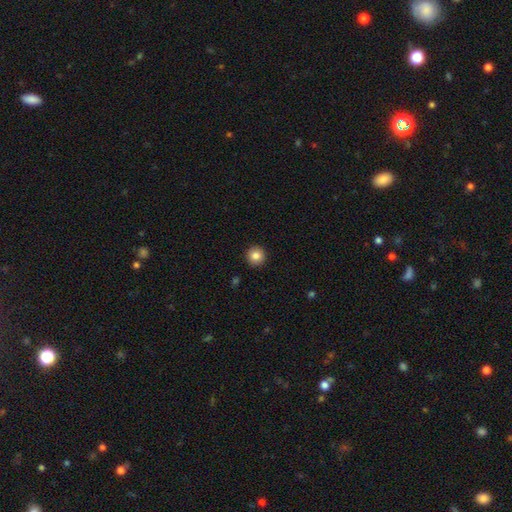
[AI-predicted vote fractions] Overall: smooth (85%). How rounded: round (95%). Merging: none (93%).